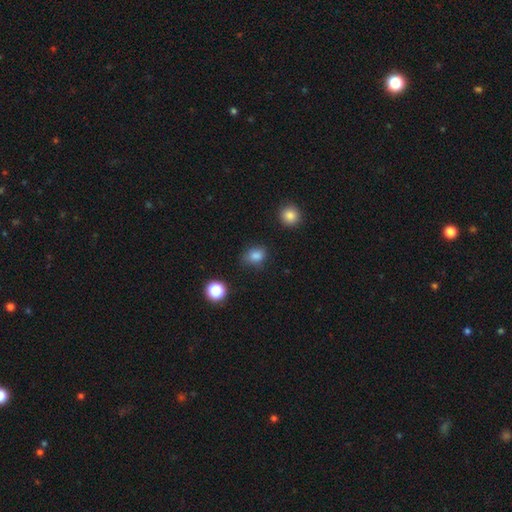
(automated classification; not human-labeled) The model was most divided on "how rounded": in between: 52%, round: 47%, cigar-shaped: 1%. More confident: smooth or featured — smooth (83%); merging — none (71%).